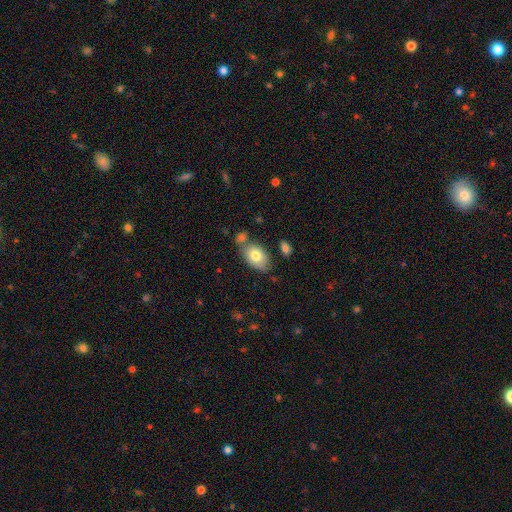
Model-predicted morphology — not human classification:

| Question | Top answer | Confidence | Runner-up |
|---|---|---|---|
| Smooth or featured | smooth | 77% | featured or disk (16%) |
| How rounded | in between | 87% | round (11%) |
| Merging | none | 60% | minor disturbance (19%) |